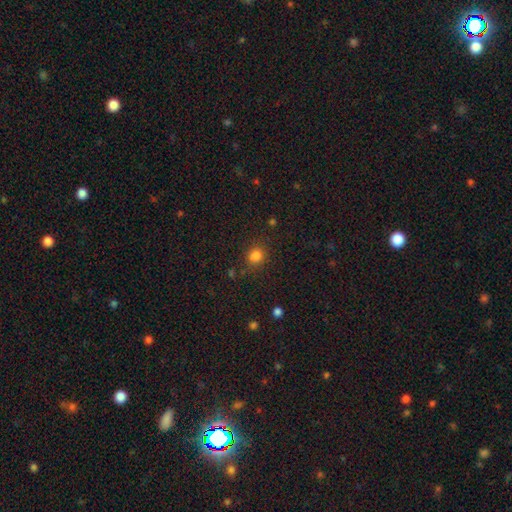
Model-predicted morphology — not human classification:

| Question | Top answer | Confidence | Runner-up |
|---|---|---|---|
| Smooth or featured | smooth | 82% | star or artifact (14%) |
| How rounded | round | 76% | in between (23%) |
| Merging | none | 81% | minor disturbance (11%) |